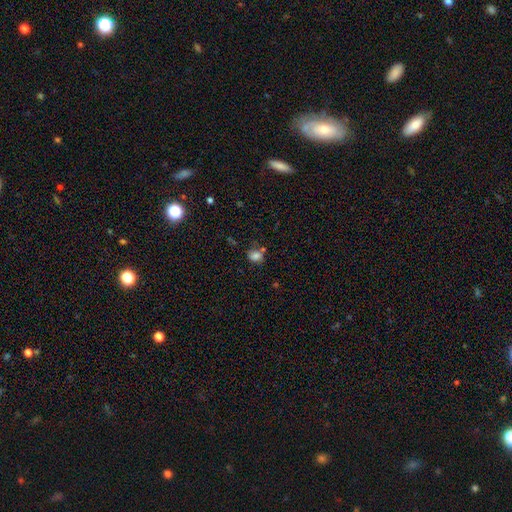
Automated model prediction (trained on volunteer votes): Overall: smooth (79%). How rounded: round (53%; in between 46%). Merging: none (61%).